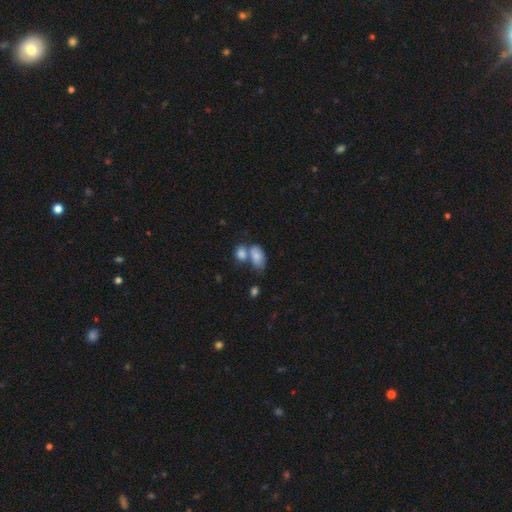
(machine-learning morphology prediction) Smooth or featured: smooth — 78% (featured or disk — 14%)
How rounded: in between — 89% (round — 9%)
Merging: merger — 49% (none — 31%)